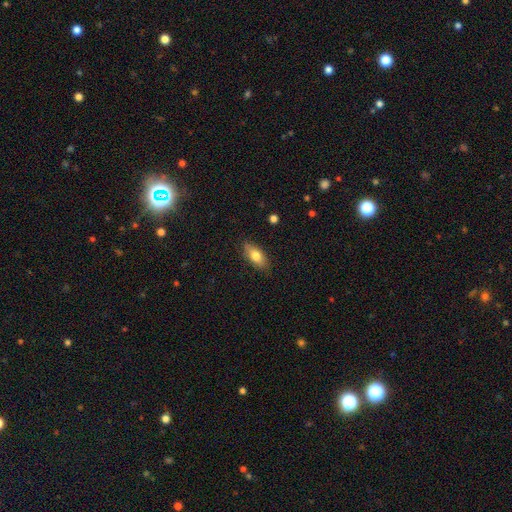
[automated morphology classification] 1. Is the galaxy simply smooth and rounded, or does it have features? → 74% smooth, 19% featured or disk, 7% star or artifact.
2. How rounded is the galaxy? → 82% in between, 14% cigar-shaped, 3% round.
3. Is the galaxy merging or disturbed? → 84% none, 12% minor disturbance, 2% major disturbance, 1% merger.